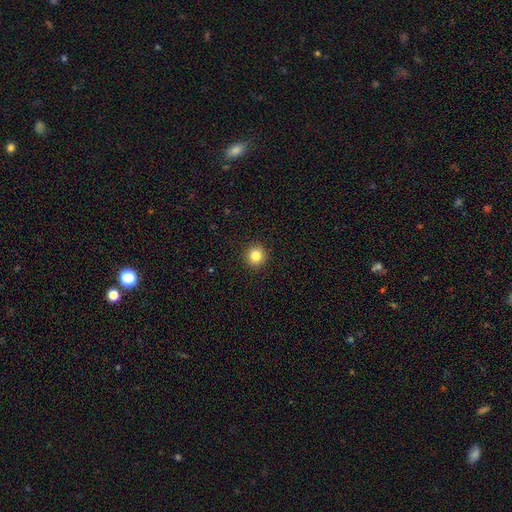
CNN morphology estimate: A smooth galaxy with no disk features (83%) that is round (94%). Merging: none (93%).